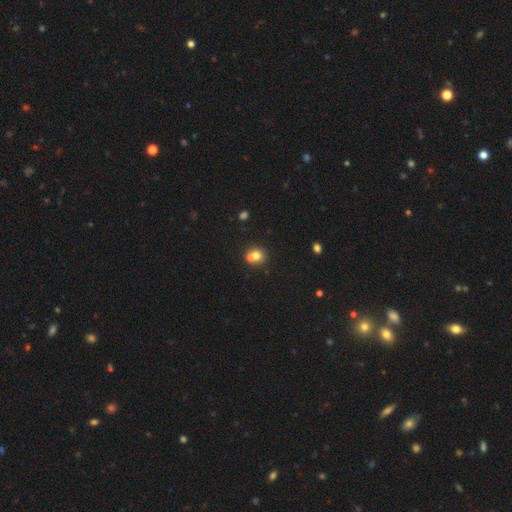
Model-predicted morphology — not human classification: The model was most divided on "merging": merger: 52%, none: 39%, minor disturbance: 7%, major disturbance: 3%. More confident: how rounded — round (80%); smooth or featured — smooth (70%).